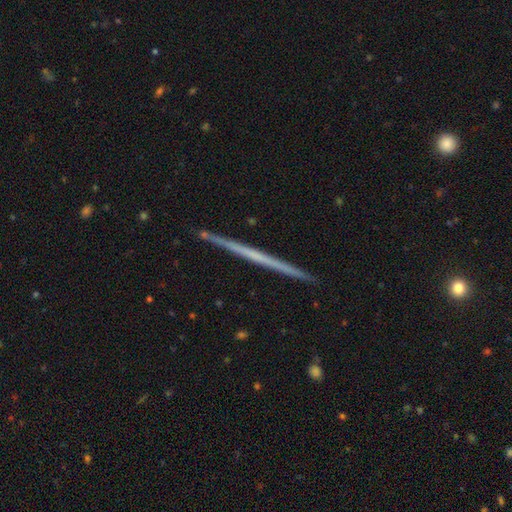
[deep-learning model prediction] Smooth or featured? Predicted: featured or disk (p=0.64). Edge-on disk? Predicted: yes (p=0.98). Edge-on bulge? Predicted: none (p=0.91). Merging? Predicted: none (p=0.92).